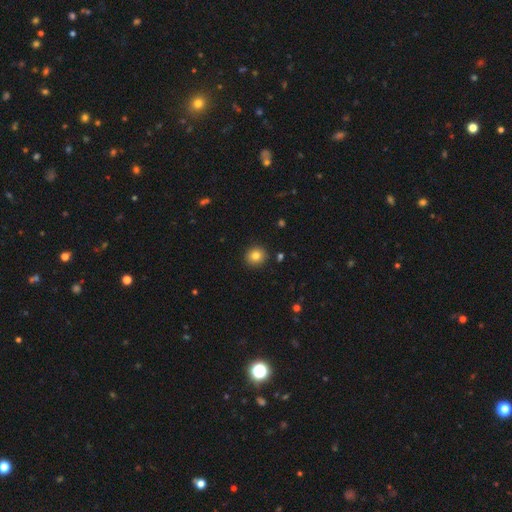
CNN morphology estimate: smooth-or-featured: smooth: 81% | star or artifact: 11% | featured or disk: 8%
  how-rounded: round: 89% | in between: 10% | cigar-shaped: 1%
  merging: none: 91% | minor disturbance: 6% | major disturbance: 2% | merger: 1%